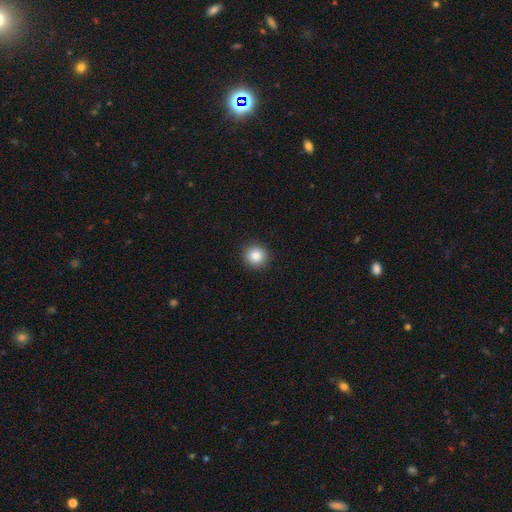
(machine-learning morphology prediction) Smooth or featured: smooth — 85% (star or artifact — 10%)
How rounded: round — 93% (in between — 6%)
Merging: none — 92% (minor disturbance — 5%)